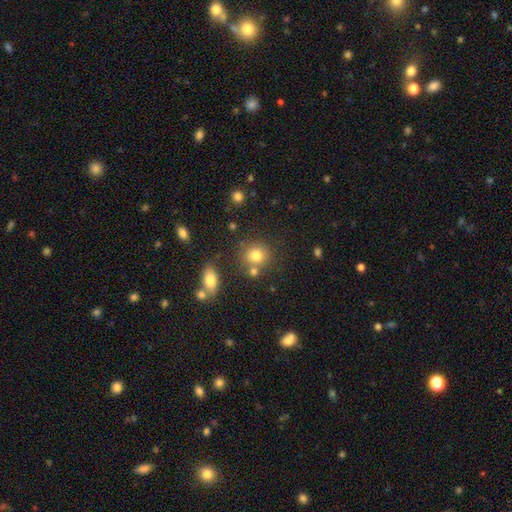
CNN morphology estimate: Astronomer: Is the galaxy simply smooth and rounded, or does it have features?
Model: smooth — 80%.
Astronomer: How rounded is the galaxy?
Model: round — 80%.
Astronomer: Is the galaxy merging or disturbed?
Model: none — 68%.